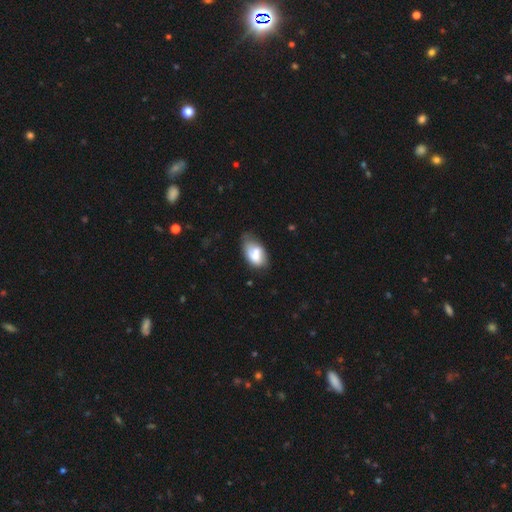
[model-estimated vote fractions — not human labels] smooth-or-featured: smooth: 65% | featured or disk: 27% | star or artifact: 8%
  how-rounded: in between: 91% | round: 7% | cigar-shaped: 2%
  merging: none: 40% | minor disturbance: 31% | merger: 18% | major disturbance: 10%